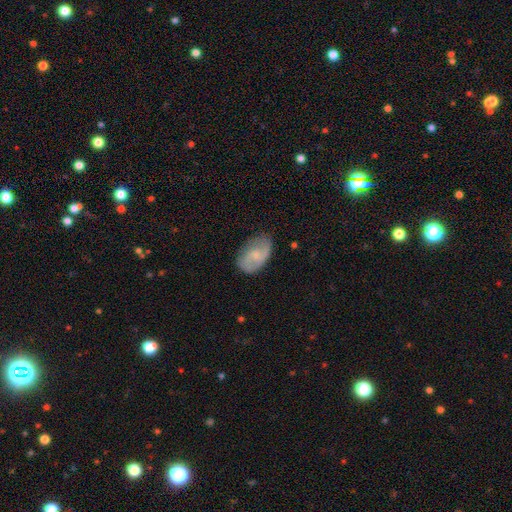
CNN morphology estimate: A featured or disk galaxy (55%) with a weak bar (47%), spiral arms (86%) and a small central bulge (50%).

Vote fractions:
- Smooth or featured? featured or disk: 55% / smooth: 38% / star or artifact: 7%
- Edge-on disk? no: 96% / yes: 4%
- Bar? weak: 47% / no: 46% / strong: 7%
- Spiral arms? yes: 86% / no: 14%
- Bulge size? small: 50% / moderate: 24% / none: 23% / large: 2% / dominant: 1%
- Merging? none: 71% / minor disturbance: 22% / major disturbance: 6% / merger: 1%